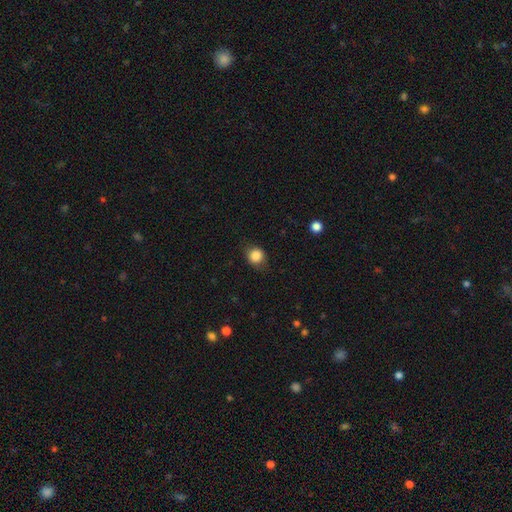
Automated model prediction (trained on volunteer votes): Overall: smooth (85%). How rounded: round (82%). Merging: none (78%).